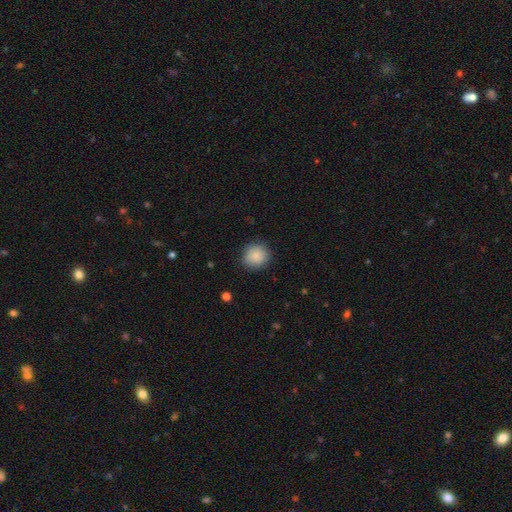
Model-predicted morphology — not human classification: This is clearly a smooth galaxy (87%). How rounded: clearly round (88%). Merging: clearly none (87%).